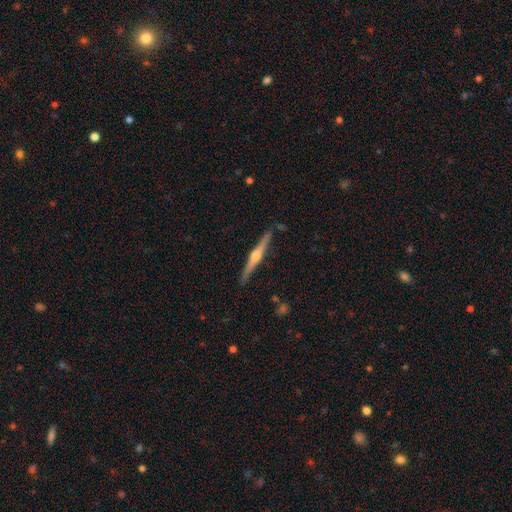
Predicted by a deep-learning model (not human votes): Q: Smooth or featured?
A: featured or disk (78%); runner-up: smooth (17%)
Q: Edge-on disk?
A: yes (98%); runner-up: no (2%)
Q: Edge-on bulge?
A: rounded (92%); runner-up: none (4%)
Q: Merging?
A: none (90%); runner-up: minor disturbance (7%)